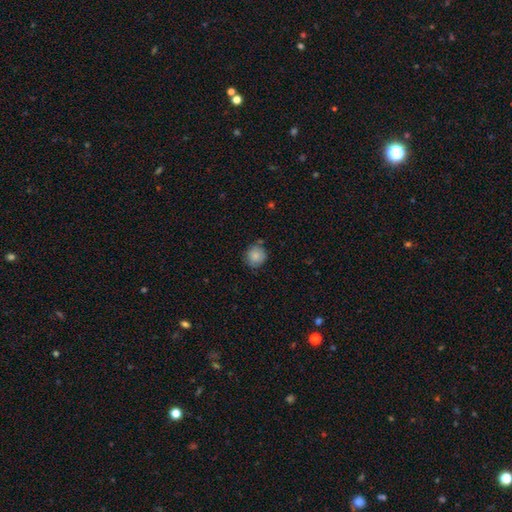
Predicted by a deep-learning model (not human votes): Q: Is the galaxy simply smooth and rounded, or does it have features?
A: smooth — 85%.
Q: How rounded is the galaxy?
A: round — 89%.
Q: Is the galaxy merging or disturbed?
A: none — 76%.